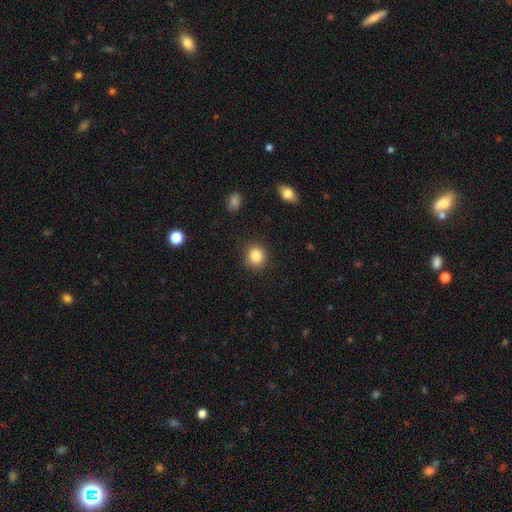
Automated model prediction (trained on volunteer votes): The model was most divided on "how rounded": round: 87%, in between: 12%, cigar-shaped: 1%. More confident: merging — none (89%); smooth or featured — smooth (86%).